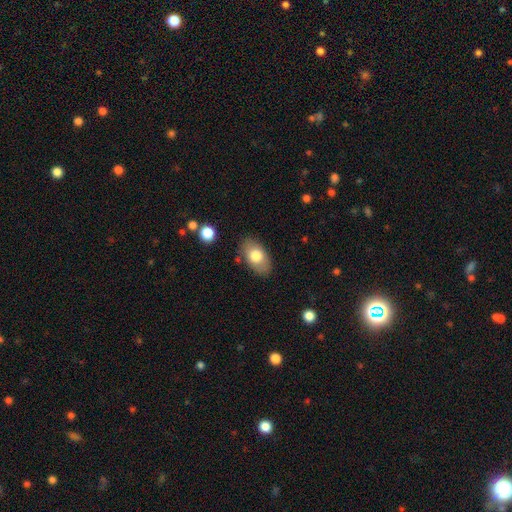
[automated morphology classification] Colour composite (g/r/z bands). It shows a smooth galaxy with no disk features (76%) that is in between round and cigar-shaped (91%). Merging: none (82%).